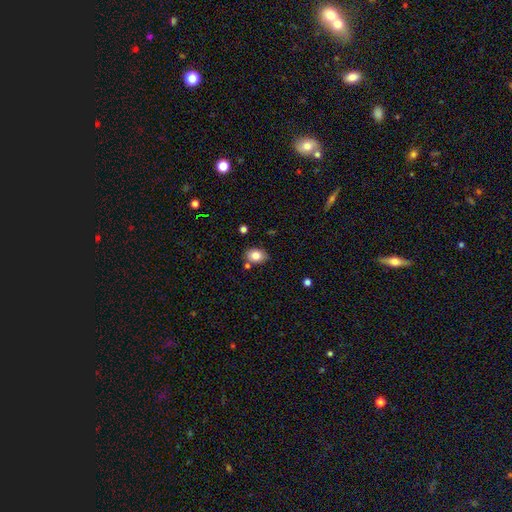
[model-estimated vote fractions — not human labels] smooth-or-featured: smooth: 81% | featured or disk: 10% | star or artifact: 9%
  how-rounded: in between: 70% | round: 29% | cigar-shaped: 1%
  merging: none: 78% | minor disturbance: 12% | merger: 7% | major disturbance: 3%